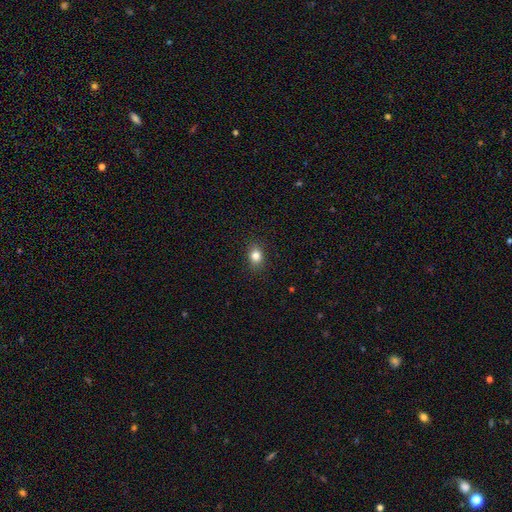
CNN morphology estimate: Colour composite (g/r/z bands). It shows a smooth galaxy with no disk features (83%) that is in between round and cigar-shaped (57%). Merging: none (89%).